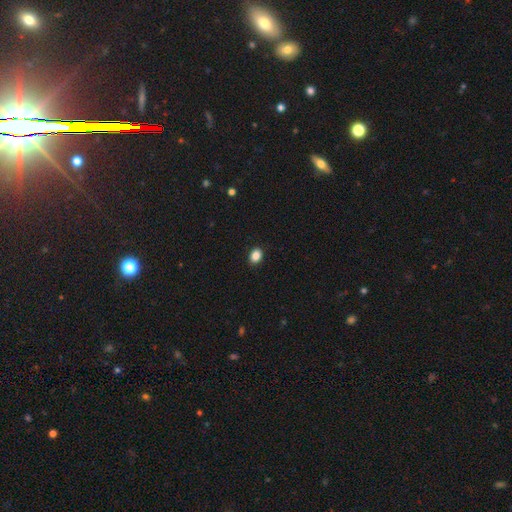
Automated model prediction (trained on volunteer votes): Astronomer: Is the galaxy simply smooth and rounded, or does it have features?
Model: smooth — 88%.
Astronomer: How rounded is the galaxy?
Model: in between — 67%.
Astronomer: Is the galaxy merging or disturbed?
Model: none — 91%.